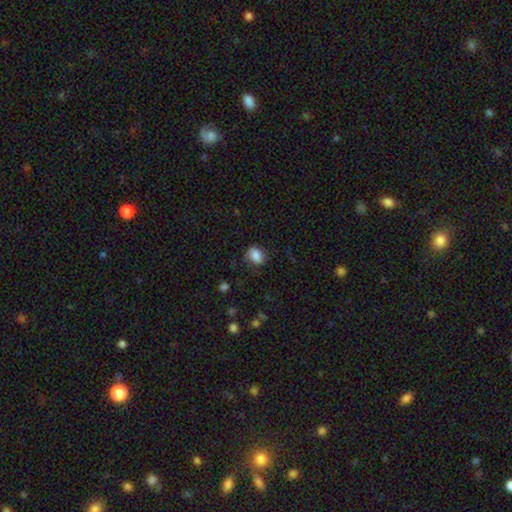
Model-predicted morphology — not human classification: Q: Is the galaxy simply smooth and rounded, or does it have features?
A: smooth — 80%.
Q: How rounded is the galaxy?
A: in between — 64%.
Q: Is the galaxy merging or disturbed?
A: none — 68%.